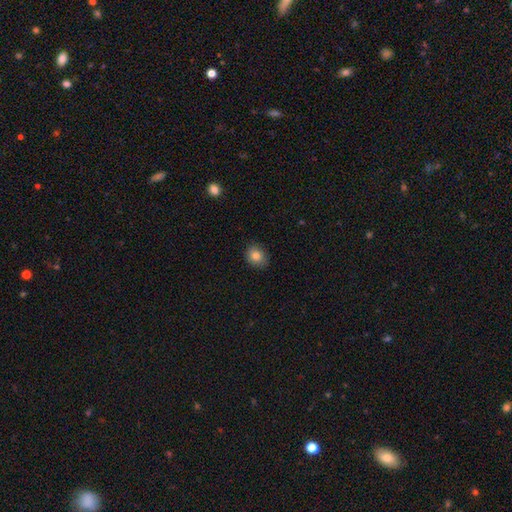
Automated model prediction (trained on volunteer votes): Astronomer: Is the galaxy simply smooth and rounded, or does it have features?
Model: smooth — 82%.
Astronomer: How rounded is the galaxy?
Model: round — 54% (runner-up: in between, 45%).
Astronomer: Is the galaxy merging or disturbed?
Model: none — 86%.